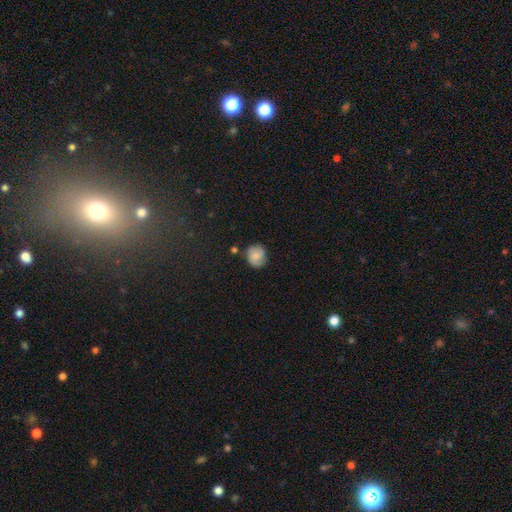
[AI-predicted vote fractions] smooth-or-featured: smooth: 70% | featured or disk: 21% | star or artifact: 9%
  how-rounded: round: 80% | in between: 19% | cigar-shaped: 1%
  merging: none: 75% | minor disturbance: 18% | major disturbance: 4% | merger: 4%